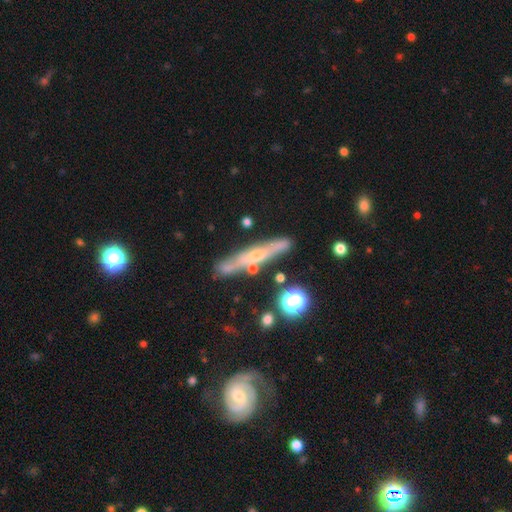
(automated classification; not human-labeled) featured or disk 68%, smooth 20%, star or artifact 12%. Down the decision tree: edge-on disk — yes (77%); edge-on bulge — rounded (68%); merging — none (65%).